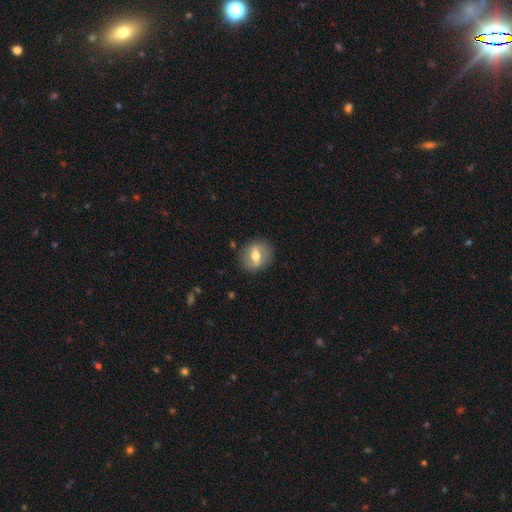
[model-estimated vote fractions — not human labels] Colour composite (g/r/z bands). It shows a featured or disk galaxy (53%). Merging: none (83%).